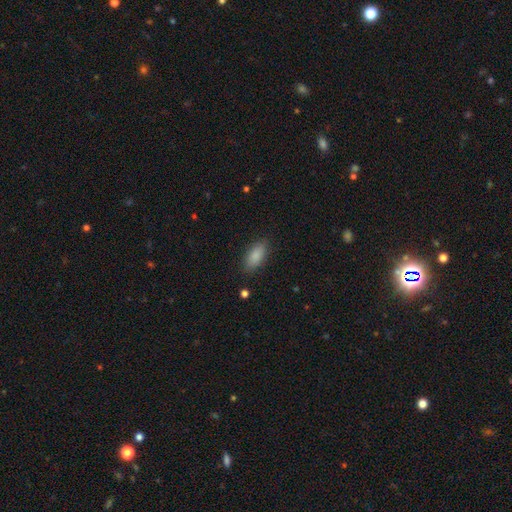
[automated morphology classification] smooth-or-featured: smooth: 87% | star or artifact: 7% | featured or disk: 6%
  how-rounded: in between: 86% | cigar-shaped: 11% | round: 3%
  merging: none: 86% | minor disturbance: 10% | major disturbance: 3% | merger: 1%